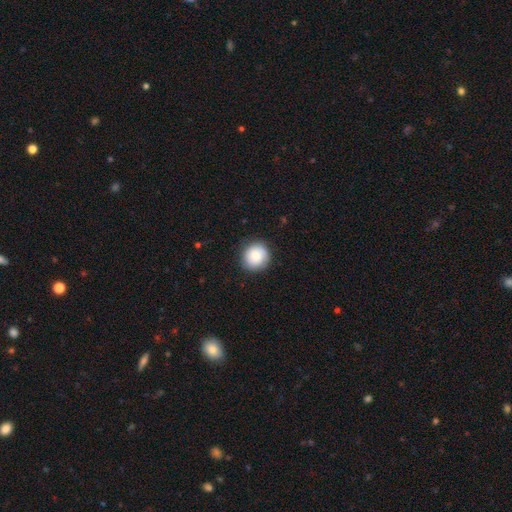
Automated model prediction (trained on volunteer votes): Smooth or featured? smooth (75%)
How rounded? round (89%)
Merging? none (84%)